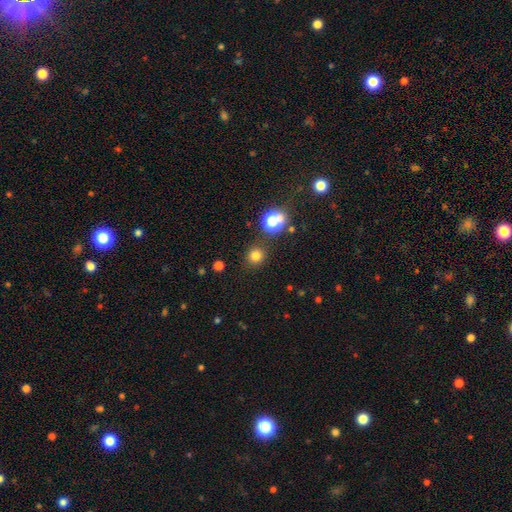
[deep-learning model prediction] smooth 77%, star or artifact 18%, featured or disk 5%. Down the decision tree: how rounded — round (89%); merging — none (85%).